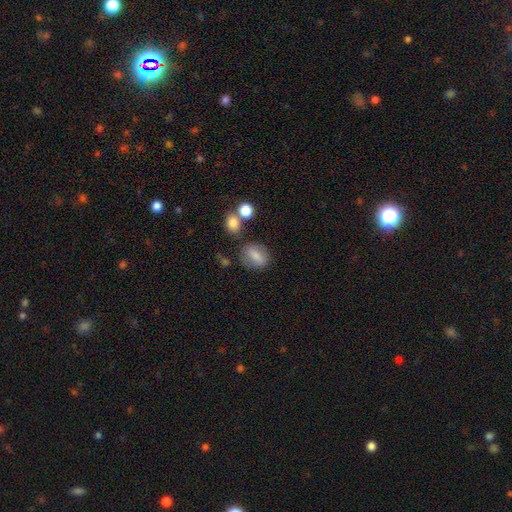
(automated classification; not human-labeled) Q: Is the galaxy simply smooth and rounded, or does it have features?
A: smooth — 71%.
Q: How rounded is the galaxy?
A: in between — 59%.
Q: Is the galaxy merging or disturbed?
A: none — 70%.